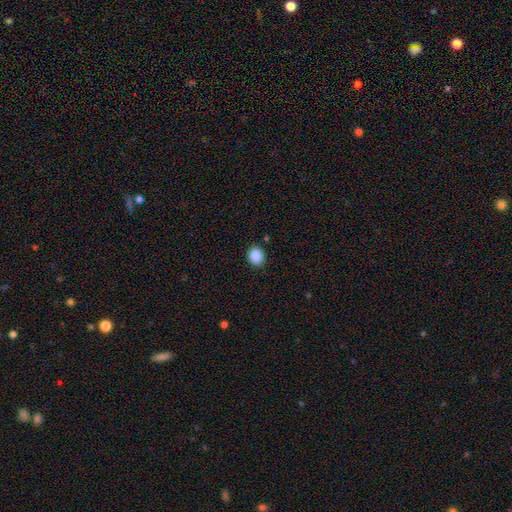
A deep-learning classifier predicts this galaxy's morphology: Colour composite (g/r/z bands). It shows a smooth galaxy with no disk features (88%) that is round (63%). Merging: none (86%).